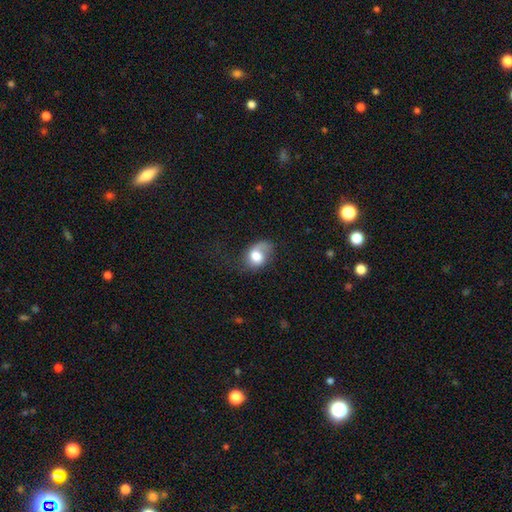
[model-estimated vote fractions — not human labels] Overall: smooth (61%; featured or disk 30%). How rounded: in between (61%; round 38%). Merging: none (40%; minor disturbance 29%).